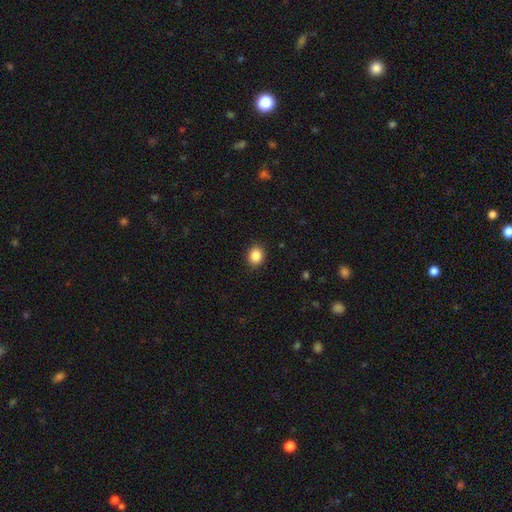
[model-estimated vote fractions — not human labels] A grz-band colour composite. It shows a smooth galaxy with no disk features (87%) that is round (64%). Merging: none (90%).